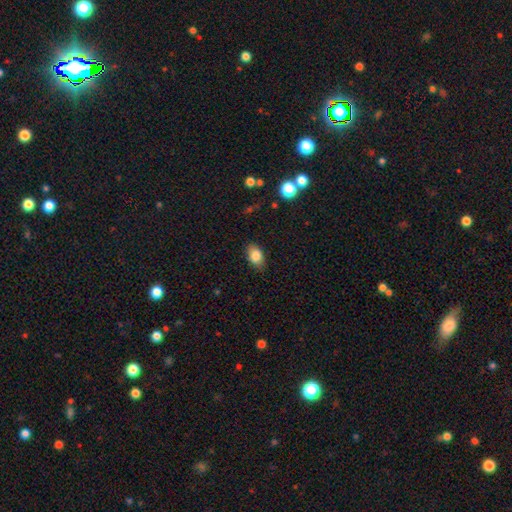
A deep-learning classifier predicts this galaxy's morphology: Smooth or featured? smooth (84%)
How rounded? in between (86%)
Merging? none (84%)